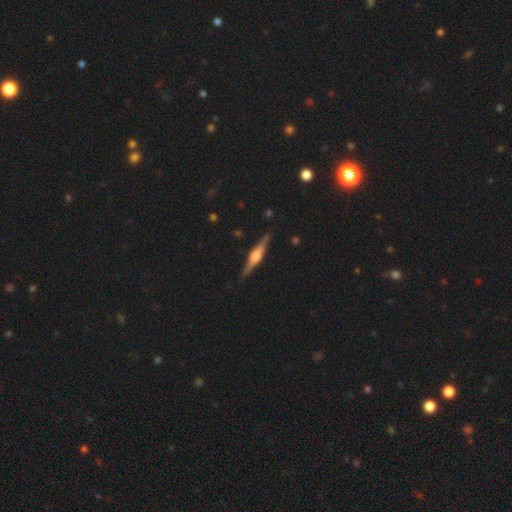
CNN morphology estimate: The model was most divided on "edge-on bulge": rounded: 76%, boxy: 20%, none: 4%. More confident: edge-on disk — yes (98%); merging — none (90%); smooth or featured — featured or disk (78%).